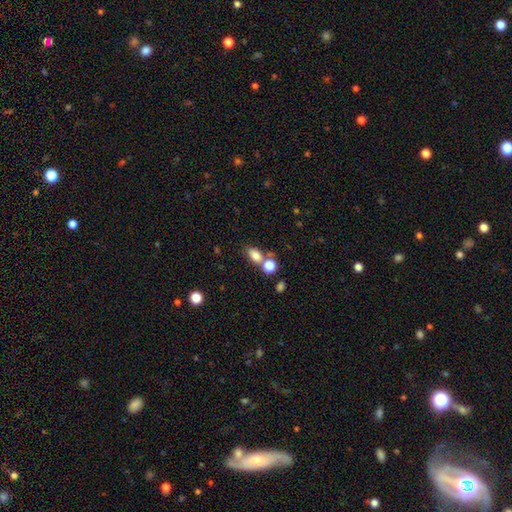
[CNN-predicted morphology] The model was most divided on "merging": none: 52%, merger: 33%, minor disturbance: 11%, major disturbance: 5%. More confident: smooth or featured — smooth (79%); how rounded — in between (77%).